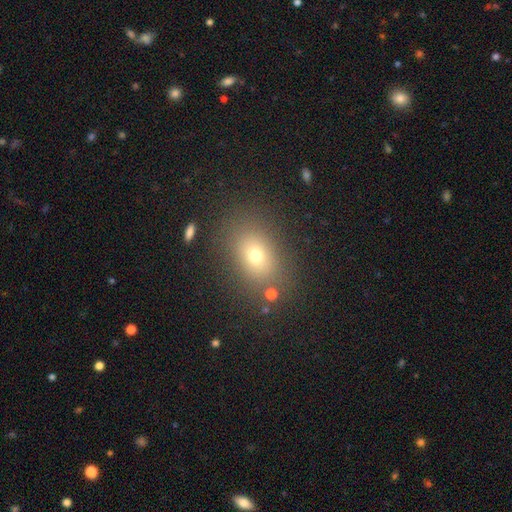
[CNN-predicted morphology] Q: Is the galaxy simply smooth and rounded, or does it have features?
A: smooth — 68%.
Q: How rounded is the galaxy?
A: in between — 65%.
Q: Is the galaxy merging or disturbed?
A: none — 82%.